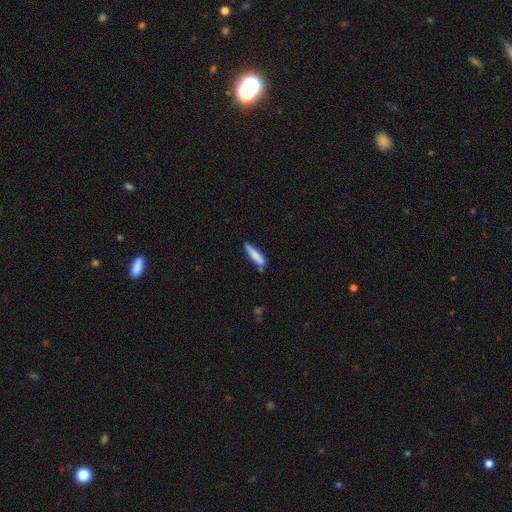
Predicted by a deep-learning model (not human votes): Q: Smooth or featured?
A: smooth (81%); runner-up: featured or disk (13%)
Q: How rounded?
A: cigar-shaped (79%); runner-up: in between (20%)
Q: Merging?
A: none (67%); runner-up: minor disturbance (22%)